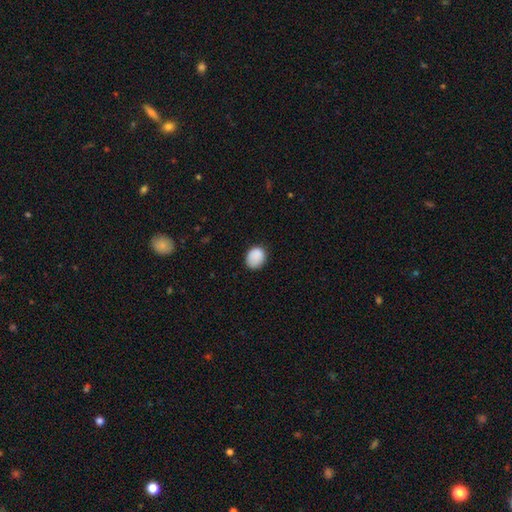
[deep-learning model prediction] Smooth or featured? smooth (87%)
How rounded? round (53%)
Merging? none (74%)